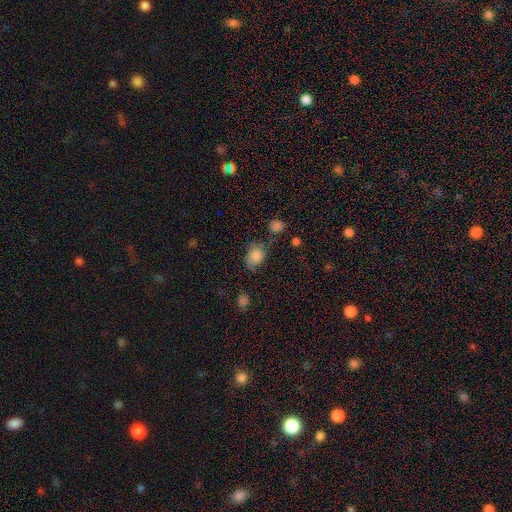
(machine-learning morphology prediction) Smooth or featured? Predicted: smooth (p=0.77). How rounded? Predicted: in between (p=0.64). Merging? Predicted: none (p=0.54).